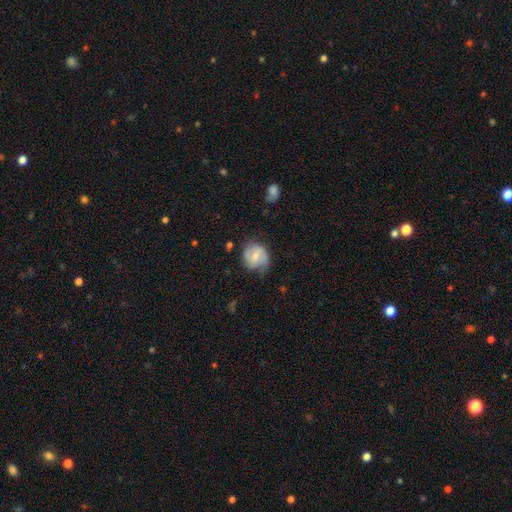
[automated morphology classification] Smooth or featured? Predicted: smooth (p=0.47). Merging? Predicted: none (p=0.59).